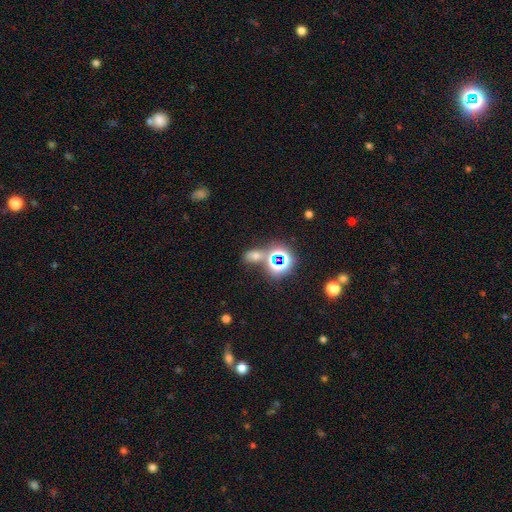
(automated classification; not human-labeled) Q: Smooth or featured?
A: smooth (51%); runner-up: star or artifact (38%)
Q: How rounded?
A: in between (75%); runner-up: round (23%)
Q: Merging?
A: none (61%); runner-up: merger (20%)